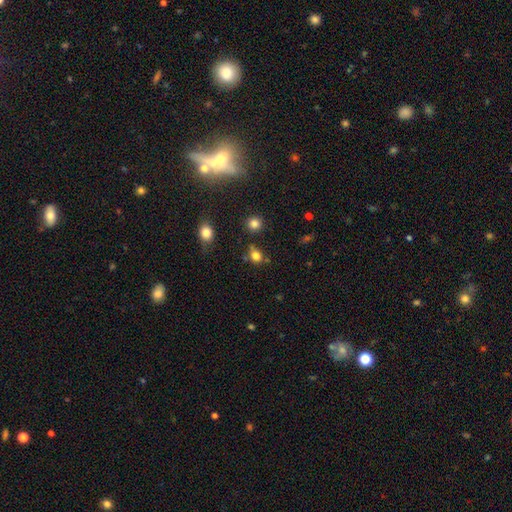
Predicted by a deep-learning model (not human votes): Morphology: type=smooth (78%); roundness=round (66%); merging=none (68%).